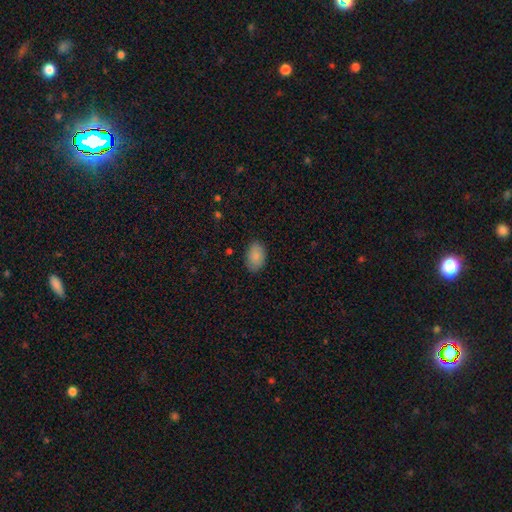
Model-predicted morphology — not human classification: A smooth galaxy with no disk features (88%) that is in between round and cigar-shaped (89%).

Vote fractions:
- Smooth or featured? smooth: 88% / star or artifact: 7% / featured or disk: 5%
- How rounded? in between: 89% / round: 10% / cigar-shaped: 1%
- Merging? none: 85% / minor disturbance: 11% / major disturbance: 3% / merger: 1%